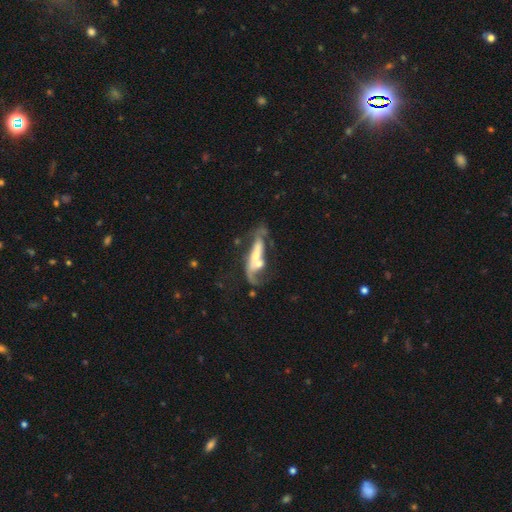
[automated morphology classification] smooth_or_featured: featured or disk (p=0.59) [alt: smooth p=0.33]
disk_edge_on: no (p=0.72) [alt: yes p=0.28]
merging: merger (p=0.39) [alt: major disturbance p=0.26]